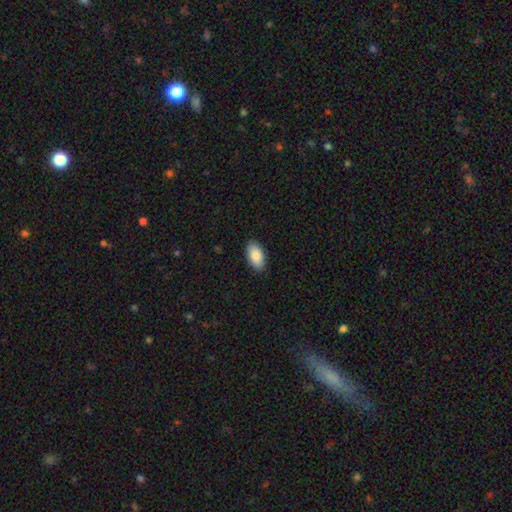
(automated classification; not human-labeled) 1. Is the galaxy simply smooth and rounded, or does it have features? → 88% smooth, 6% star or artifact, 6% featured or disk.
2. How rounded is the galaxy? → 95% in between, 3% cigar-shaped, 3% round.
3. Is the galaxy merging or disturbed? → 89% none, 8% minor disturbance, 2% major disturbance, 1% merger.